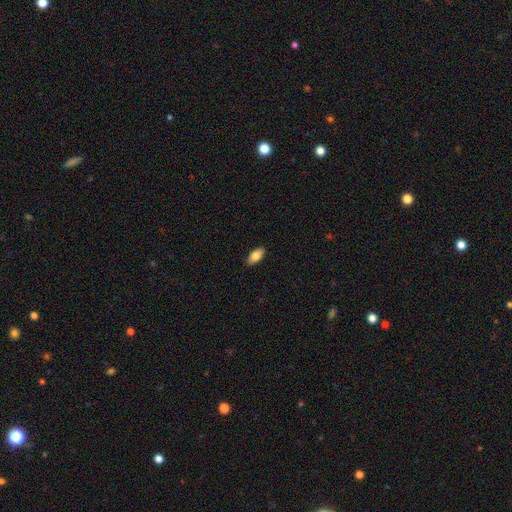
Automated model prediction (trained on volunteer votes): smooth-or-featured: smooth: 83% | featured or disk: 11% | star or artifact: 7%
  how-rounded: in between: 91% | cigar-shaped: 6% | round: 3%
  merging: none: 89% | minor disturbance: 8% | major disturbance: 2% | merger: 1%